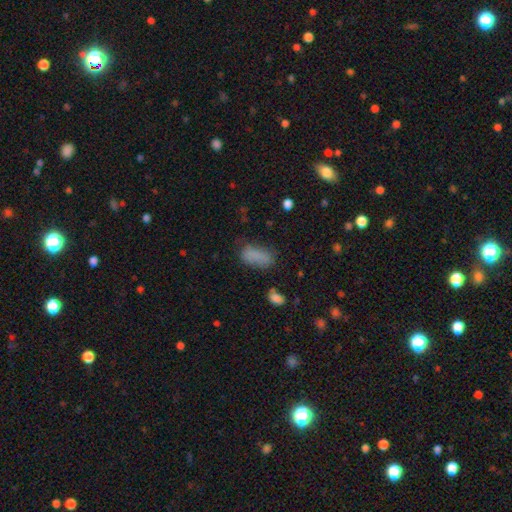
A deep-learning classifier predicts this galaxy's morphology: Overall: smooth (81%). How rounded: in between (89%). Merging: none (59%; minor disturbance 25%).